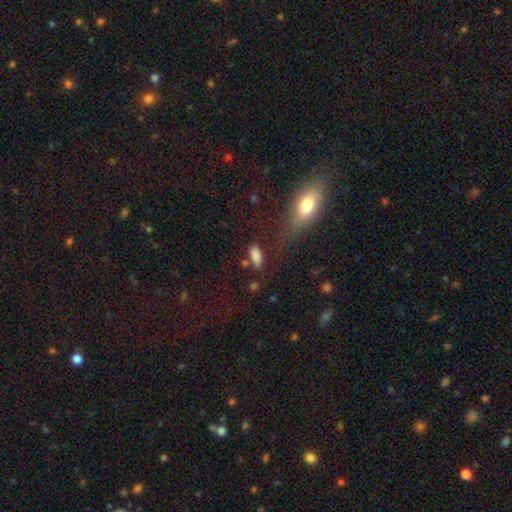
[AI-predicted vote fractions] The model was most divided on "merging": none: 72%, minor disturbance: 15%, merger: 7%, major disturbance: 6%. More confident: smooth or featured — smooth (85%); how rounded — in between (82%).